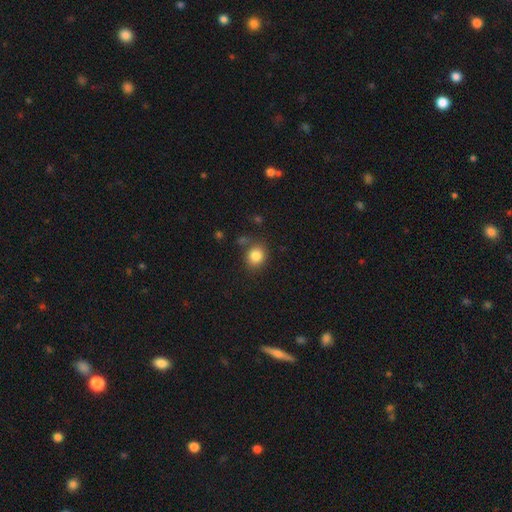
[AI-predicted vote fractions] smooth-or-featured: smooth: 85% | star or artifact: 10% | featured or disk: 5%
  how-rounded: round: 74% | in between: 25% | cigar-shaped: 1%
  merging: none: 76% | minor disturbance: 13% | merger: 6% | major disturbance: 4%